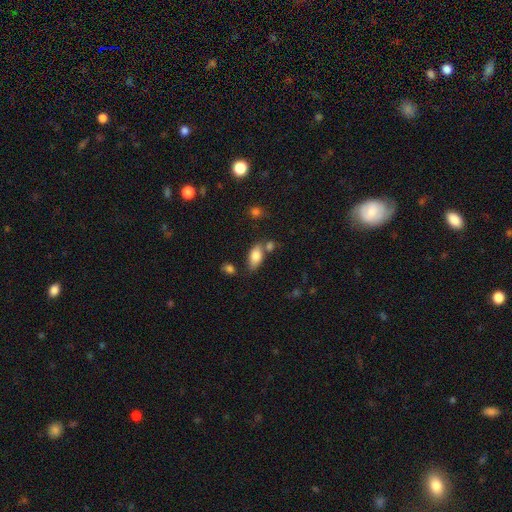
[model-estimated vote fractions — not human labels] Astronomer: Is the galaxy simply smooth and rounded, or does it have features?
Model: smooth — 80%.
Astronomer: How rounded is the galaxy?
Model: in between — 89%.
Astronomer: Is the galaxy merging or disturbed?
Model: none — 62%.